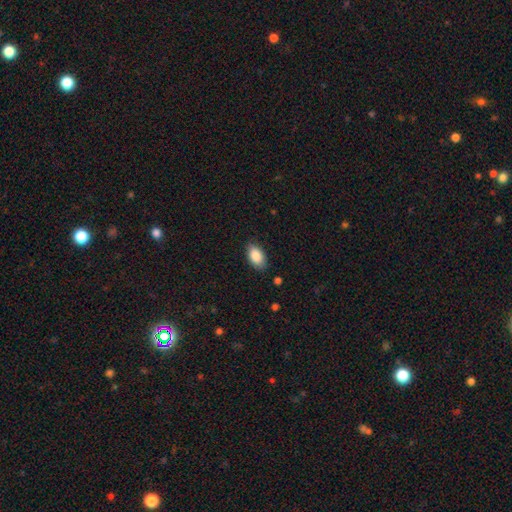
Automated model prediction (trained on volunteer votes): smooth-or-featured: smooth: 88% | star or artifact: 7% | featured or disk: 5%
  how-rounded: in between: 93% | round: 5% | cigar-shaped: 2%
  merging: none: 83% | minor disturbance: 13% | major disturbance: 3% | merger: 1%